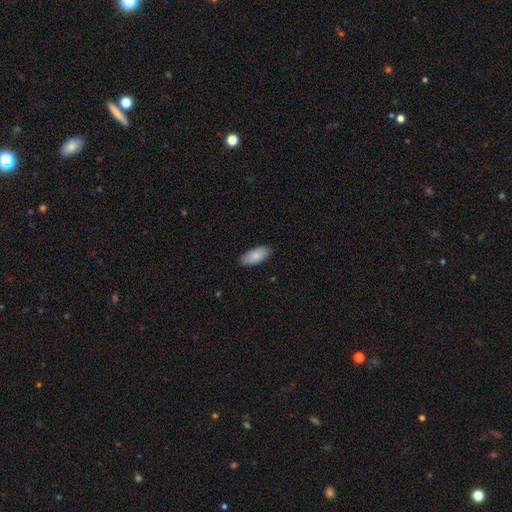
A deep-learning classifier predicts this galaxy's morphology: A smooth galaxy with no disk features (87%) that is in between round and cigar-shaped (89%).

Vote fractions:
- Smooth or featured? smooth: 87% / featured or disk: 8% / star or artifact: 5%
- How rounded? in between: 89% / cigar-shaped: 9% / round: 2%
- Merging? none: 86% / minor disturbance: 12% / major disturbance: 2% / merger: 1%